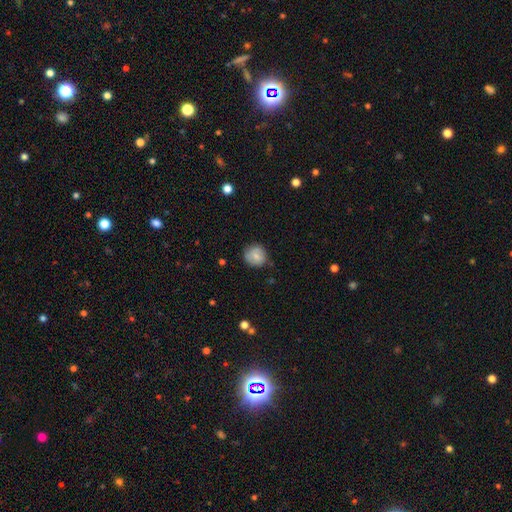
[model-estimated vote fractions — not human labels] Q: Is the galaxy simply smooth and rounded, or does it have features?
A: smooth — 71%.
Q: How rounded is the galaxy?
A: round — 87%.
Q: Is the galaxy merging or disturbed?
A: none — 77%.